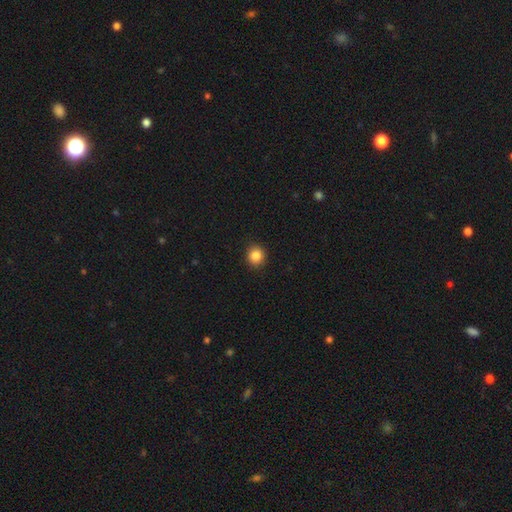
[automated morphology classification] smooth-or-featured: smooth: 86% | star or artifact: 10% | featured or disk: 4%
  how-rounded: round: 87% | in between: 12% | cigar-shaped: 1%
  merging: none: 91% | minor disturbance: 6% | major disturbance: 2% | merger: 1%